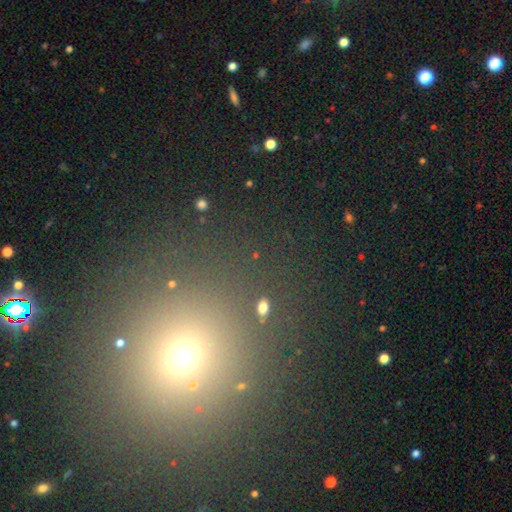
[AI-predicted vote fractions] Smooth or featured: star or artifact — 51% (smooth — 38%)